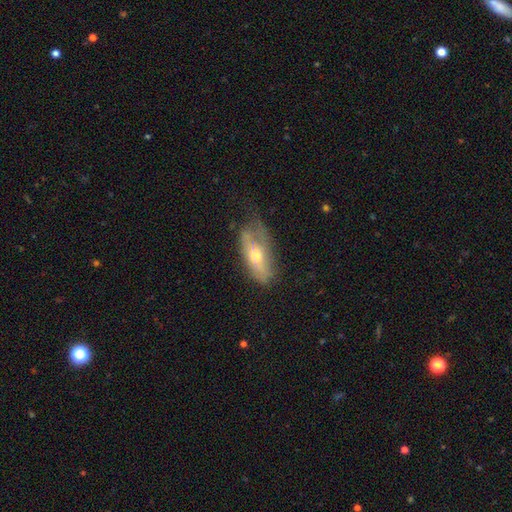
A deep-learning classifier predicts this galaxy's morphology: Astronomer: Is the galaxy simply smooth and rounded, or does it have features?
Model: featured or disk — 48% (runner-up: smooth, 45%).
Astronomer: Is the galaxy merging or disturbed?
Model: none — 41% (runner-up: minor disturbance, 34%).